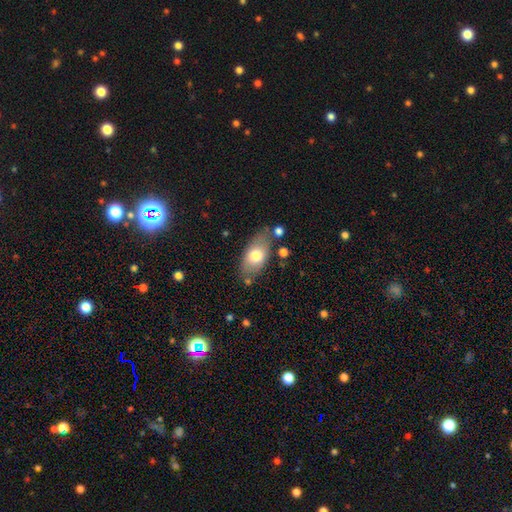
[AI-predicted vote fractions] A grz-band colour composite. It shows a smooth galaxy with no disk features (72%) that is in between round and cigar-shaped (89%). Merging: none (72%).